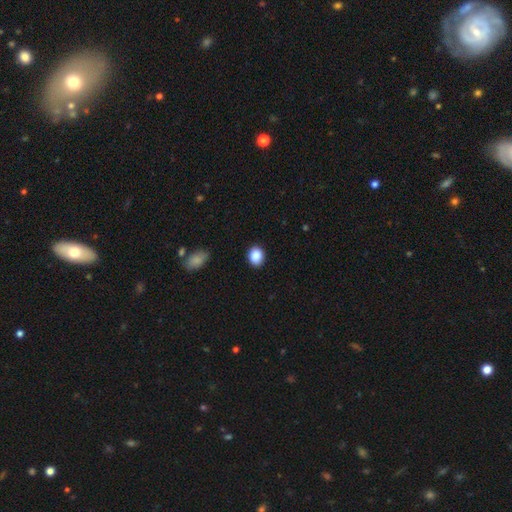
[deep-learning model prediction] smooth_or_featured: smooth (p=0.89) [alt: star or artifact p=0.08]
how_rounded: round (p=0.50) [alt: in between p=0.49]
merging: none (p=0.88) [alt: minor disturbance p=0.09]